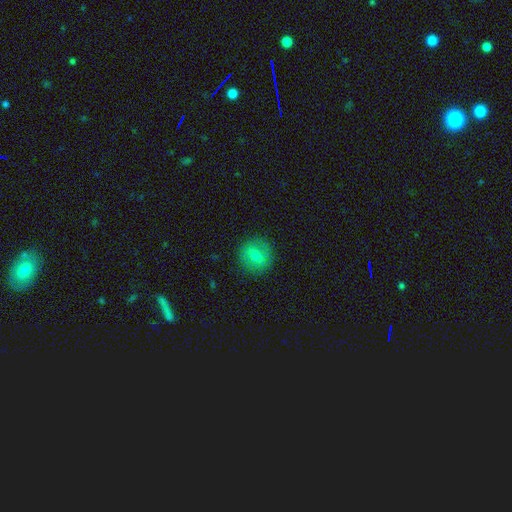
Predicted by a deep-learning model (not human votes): smooth 67%, featured or disk 23%, star or artifact 10%. Down the decision tree: how rounded — round (86%); merging — none (88%).